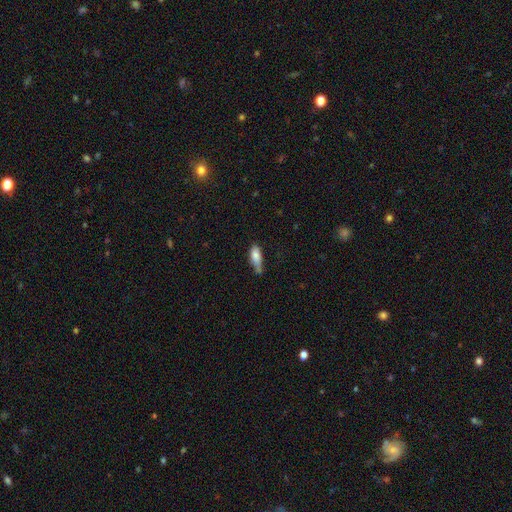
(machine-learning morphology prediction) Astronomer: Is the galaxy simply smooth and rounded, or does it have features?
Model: smooth — 78%.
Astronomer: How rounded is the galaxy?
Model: in between — 69%.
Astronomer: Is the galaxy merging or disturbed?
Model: minor disturbance — 39% (runner-up: none, 38%).